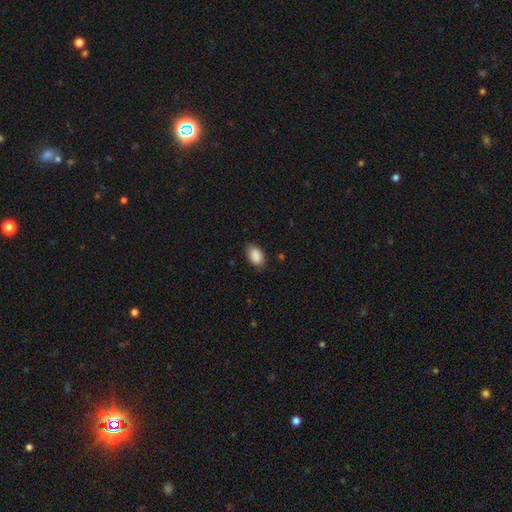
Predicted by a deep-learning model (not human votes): smooth-or-featured: smooth: 89% | star or artifact: 7% | featured or disk: 4%
  how-rounded: in between: 89% | round: 10% | cigar-shaped: 1%
  merging: none: 80% | minor disturbance: 16% | major disturbance: 3% | merger: 1%